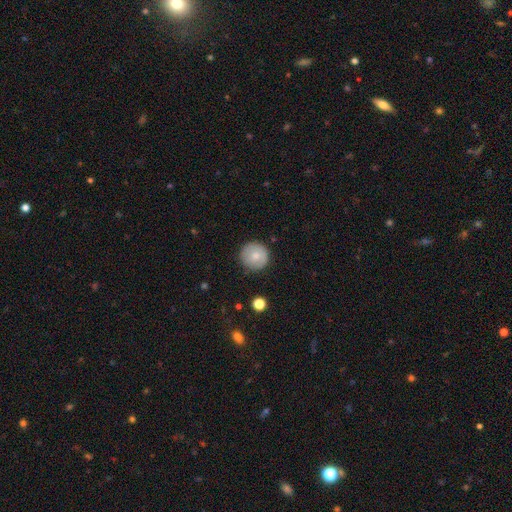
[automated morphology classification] smooth-or-featured: smooth: 76% | featured or disk: 17% | star or artifact: 7%
  how-rounded: round: 95% | in between: 4% | cigar-shaped: 1%
  merging: none: 88% | minor disturbance: 9% | major disturbance: 2% | merger: 1%